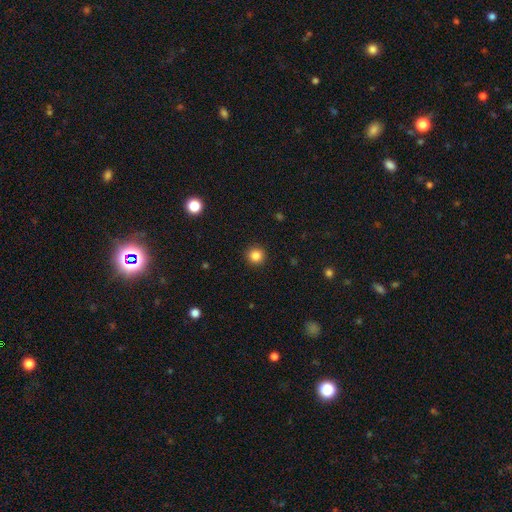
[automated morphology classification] Q: Smooth or featured?
A: smooth (85%); runner-up: star or artifact (11%)
Q: How rounded?
A: round (95%); runner-up: in between (4%)
Q: Merging?
A: none (93%); runner-up: minor disturbance (5%)